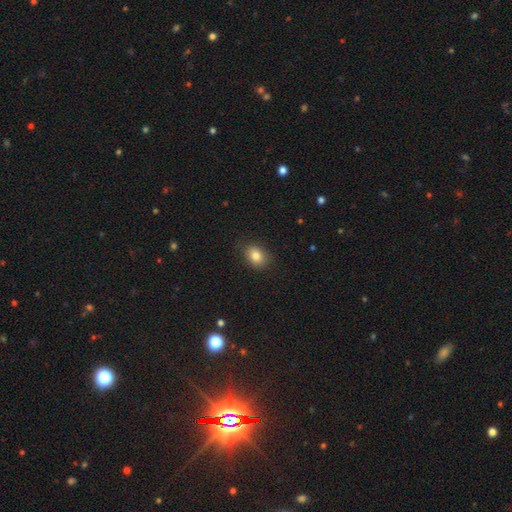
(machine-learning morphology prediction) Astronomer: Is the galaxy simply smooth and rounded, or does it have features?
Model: smooth — 84%.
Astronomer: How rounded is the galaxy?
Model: in between — 69%.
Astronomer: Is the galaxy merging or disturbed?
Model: none — 83%.